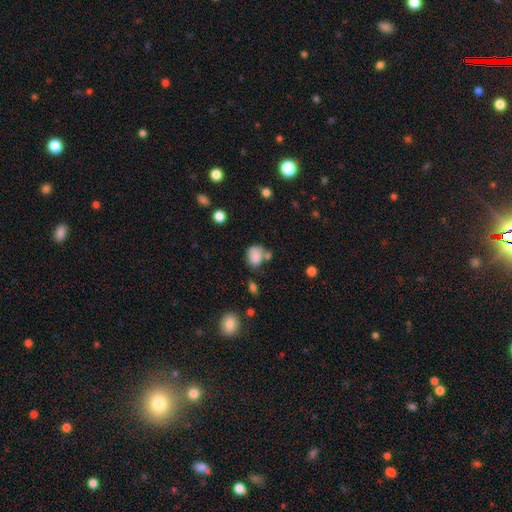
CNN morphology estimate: smooth 82%, star or artifact 11%, featured or disk 8%. Down the decision tree: how rounded — in between (61%); merging — none (46%).